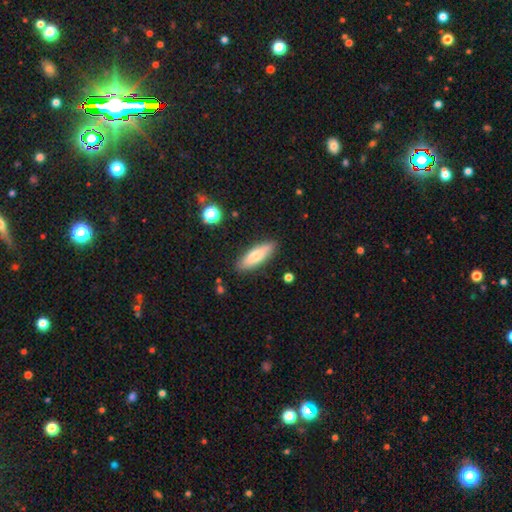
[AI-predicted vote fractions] Smooth or featured?
  - smooth: 73% *
  - featured or disk: 21%
  - star or artifact: 6%
How rounded?
  - in between: 55% *
  - cigar-shaped: 43%
  - round: 2%
Merging?
  - none: 87% *
  - minor disturbance: 10%
  - major disturbance: 2%
  - merger: 2%